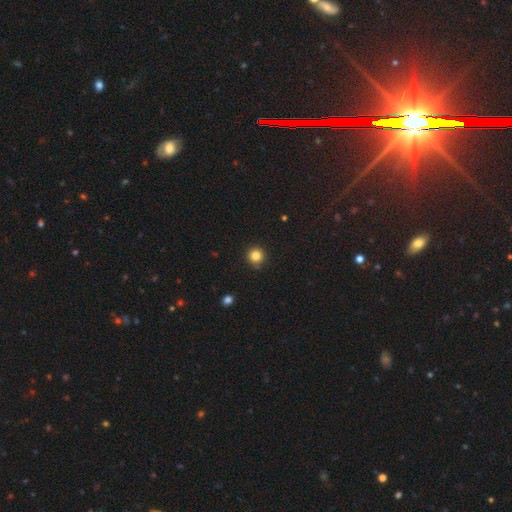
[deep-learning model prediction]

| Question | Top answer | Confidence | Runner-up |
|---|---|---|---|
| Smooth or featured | smooth | 83% | star or artifact (12%) |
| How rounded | round | 94% | in between (5%) |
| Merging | none | 89% | minor disturbance (8%) |